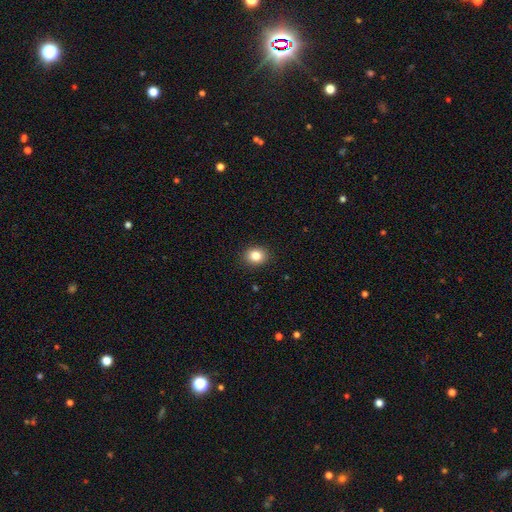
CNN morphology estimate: This appears to be a smooth galaxy with no disk features (83%) that is round (67%). Merging: none (91%).